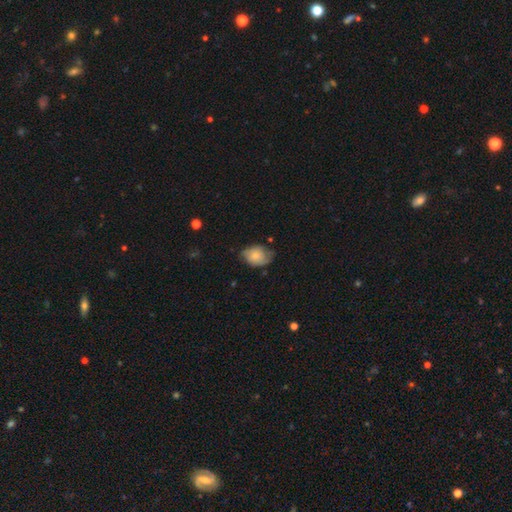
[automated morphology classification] This is likely a smooth galaxy (68%). How rounded: likely in between (72%). Merging: possibly none (52%).